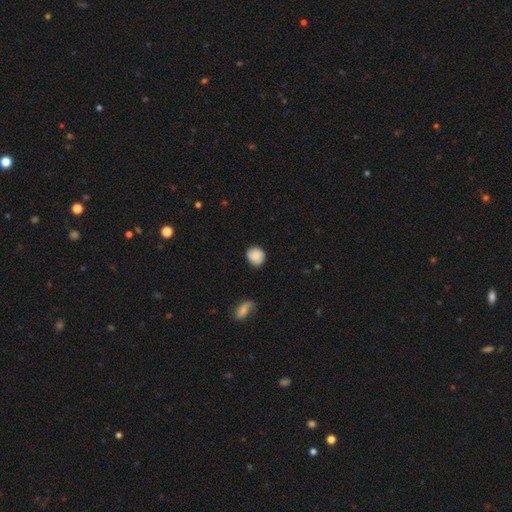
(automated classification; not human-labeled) Overall: smooth (82%). How rounded: round (85%). Merging: none (82%).